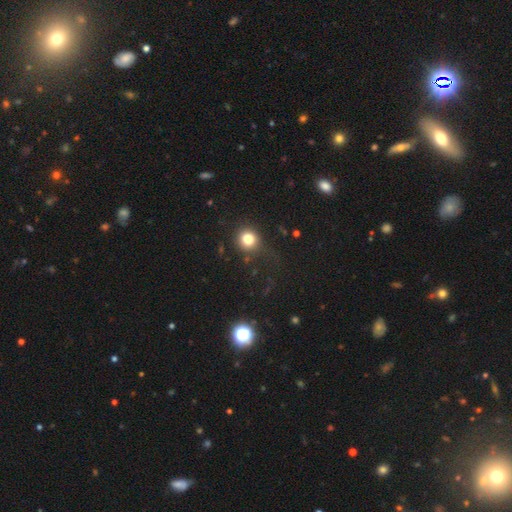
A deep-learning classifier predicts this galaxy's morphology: A star or artifact, not a galaxy (45%, tied with smooth).

Vote fractions:
- Smooth or featured? star or artifact: 45% (tied) / smooth: 45% (tied) / featured or disk: 11%